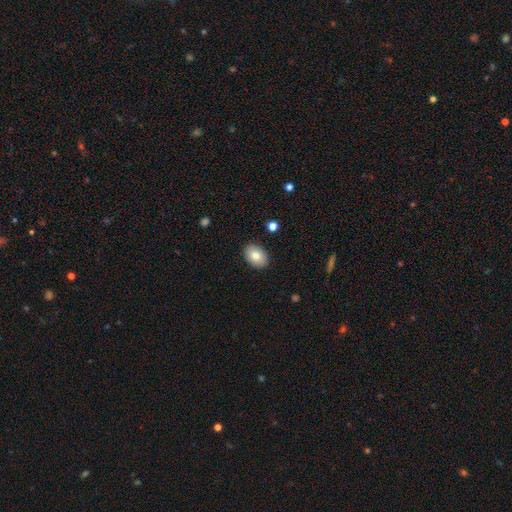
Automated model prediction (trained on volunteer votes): The model was most divided on "how rounded": in between: 81%, round: 18%, cigar-shaped: 1%. More confident: merging — none (89%); smooth or featured — smooth (83%).